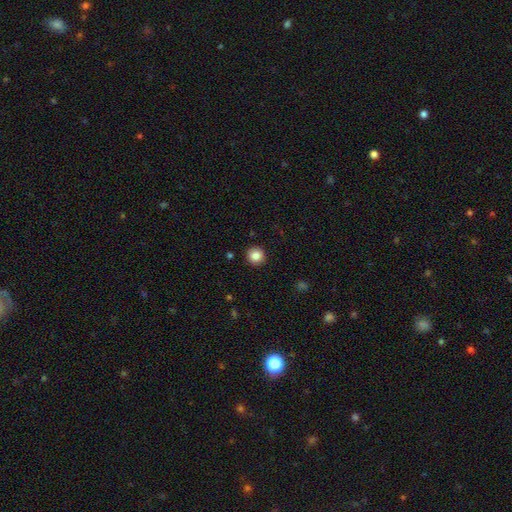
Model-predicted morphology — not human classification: Smooth or featured? smooth (85%)
How rounded? round (95%)
Merging? none (93%)